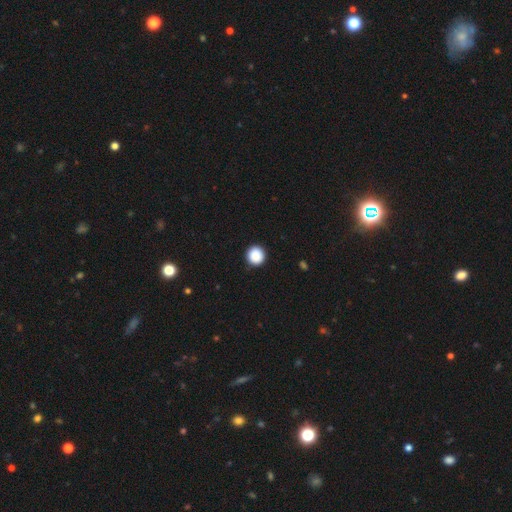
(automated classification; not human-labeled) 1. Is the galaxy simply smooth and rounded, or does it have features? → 89% smooth, 8% star or artifact, 3% featured or disk.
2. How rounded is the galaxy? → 96% round, 3% in between, 1% cigar-shaped.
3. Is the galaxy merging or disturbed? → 93% none, 4% minor disturbance, 2% major disturbance, 1% merger.